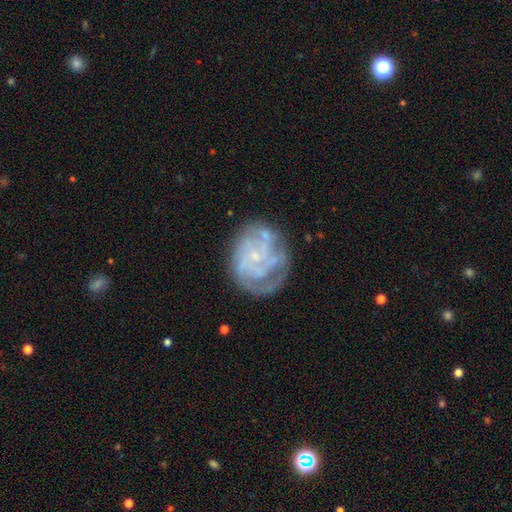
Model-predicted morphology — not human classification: smooth_or_featured: featured or disk (p=0.79) [alt: smooth p=0.13]
disk_edge_on: no (p=0.98) [alt: yes p=0.02]
bar: no (p=0.76) [alt: weak p=0.20]
has_spiral_arms: yes (p=0.84) [alt: no p=0.16]
spiral_winding: tight (p=0.56) [alt: medium p=0.32]
spiral_arm_count: can't tell (p=0.35) [alt: 4 p=0.21]
bulge_size: small (p=0.73) [alt: none p=0.15]
merging: none (p=0.62) [alt: minor disturbance p=0.21]